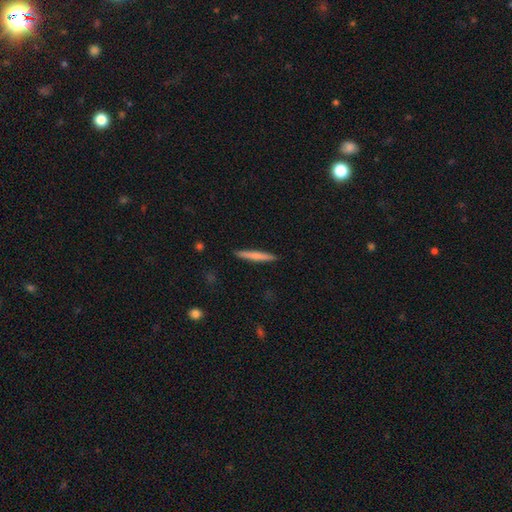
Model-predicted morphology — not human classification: The model was most divided on "smooth or featured": smooth: 70%, featured or disk: 25%, star or artifact: 5%. More confident: how rounded — cigar-shaped (95%); merging — none (91%).